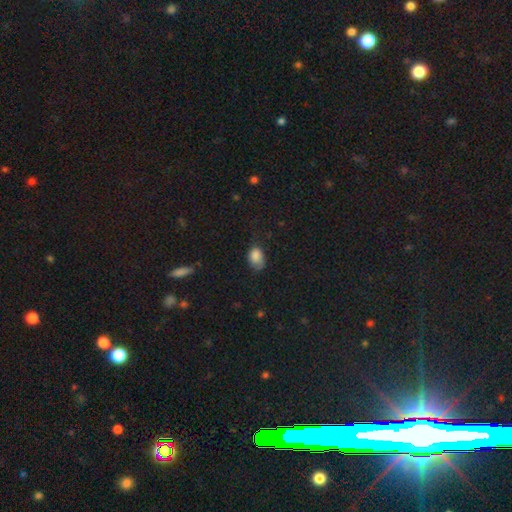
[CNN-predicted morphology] Overall: smooth (83%). How rounded: in between (82%). Merging: none (53%; minor disturbance 34%).